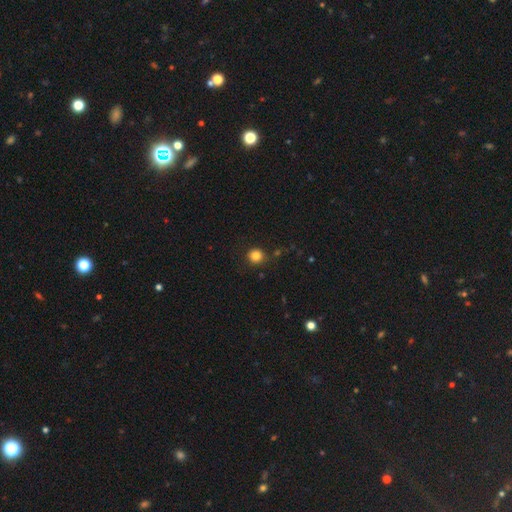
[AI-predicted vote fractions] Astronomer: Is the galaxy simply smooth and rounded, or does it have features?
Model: smooth — 83%.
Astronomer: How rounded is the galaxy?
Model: round — 92%.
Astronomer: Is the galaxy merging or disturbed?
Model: none — 88%.